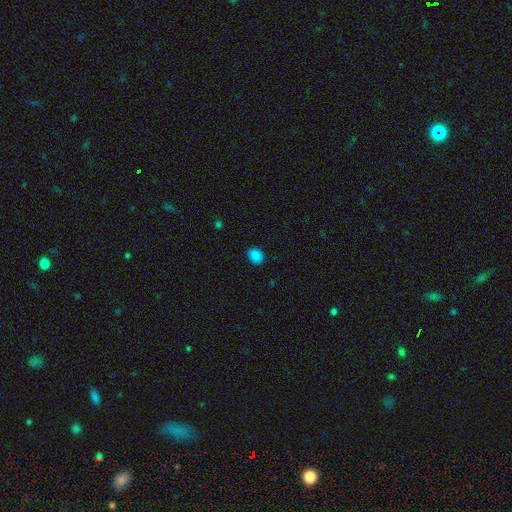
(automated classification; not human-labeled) Smooth or featured?
  - smooth: 86% *
  - star or artifact: 11%
  - featured or disk: 3%
How rounded?
  - round: 52% *
  - in between: 47%
  - cigar-shaped: 1%
Merging?
  - none: 87% *
  - minor disturbance: 9%
  - major disturbance: 2%
  - merger: 1%